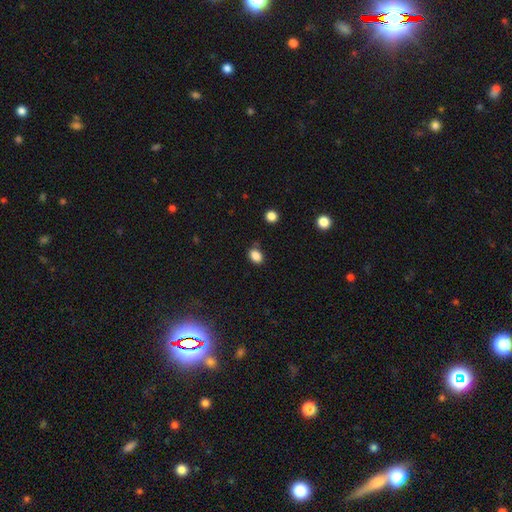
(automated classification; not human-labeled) Smooth or featured?
  - smooth: 85% *
  - star or artifact: 11%
  - featured or disk: 4%
How rounded?
  - in between: 70% *
  - round: 28%
  - cigar-shaped: 1%
Merging?
  - none: 75% *
  - minor disturbance: 17%
  - merger: 4%
  - major disturbance: 4%